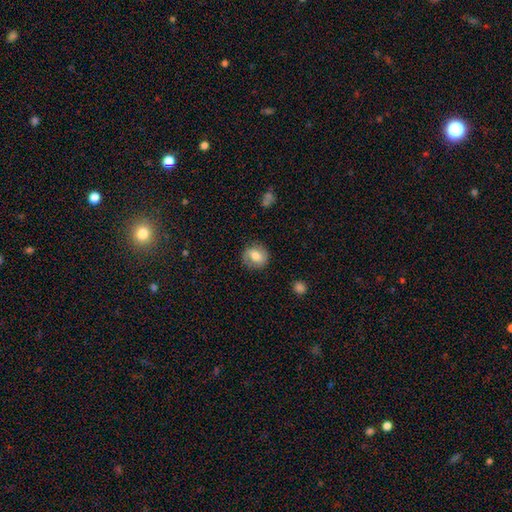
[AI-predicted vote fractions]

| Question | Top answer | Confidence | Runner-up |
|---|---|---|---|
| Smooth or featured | smooth | 63% | featured or disk (29%) |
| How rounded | round | 79% | in between (20%) |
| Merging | none | 78% | minor disturbance (16%) |